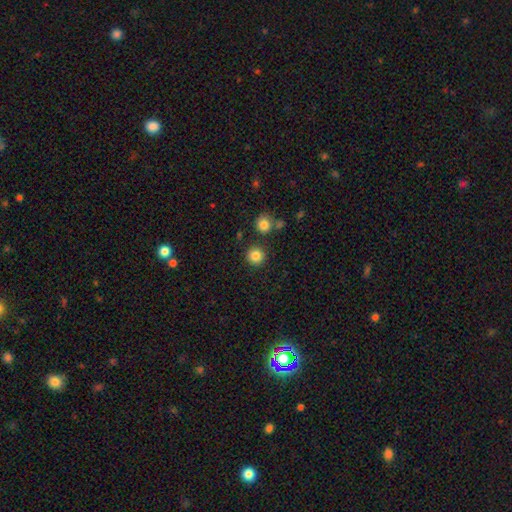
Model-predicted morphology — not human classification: Smooth or featured: smooth — 84% (star or artifact — 11%)
How rounded: round — 94% (in between — 5%)
Merging: none — 88% (minor disturbance — 6%)